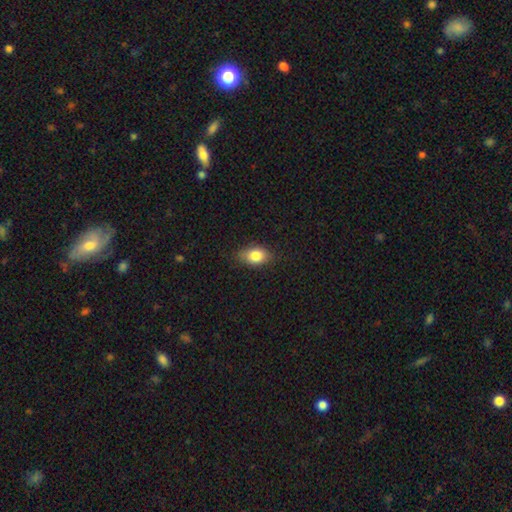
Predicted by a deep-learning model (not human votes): Smooth or featured? Predicted: smooth (p=0.82). How rounded? Predicted: in between (p=0.82). Merging? Predicted: none (p=0.82).